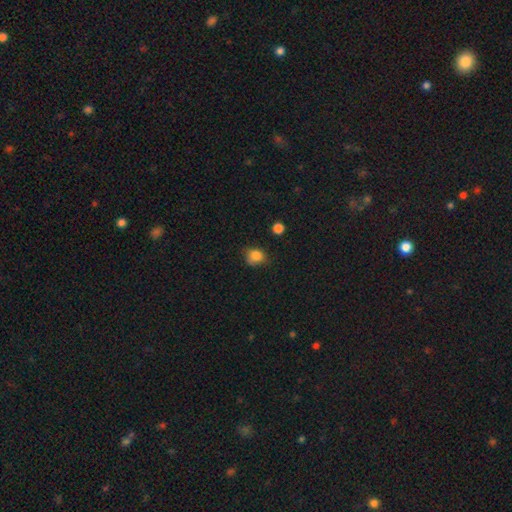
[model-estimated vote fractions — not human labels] smooth 83%, star or artifact 11%, featured or disk 7%. Down the decision tree: how rounded — round (69%); merging — none (61%).